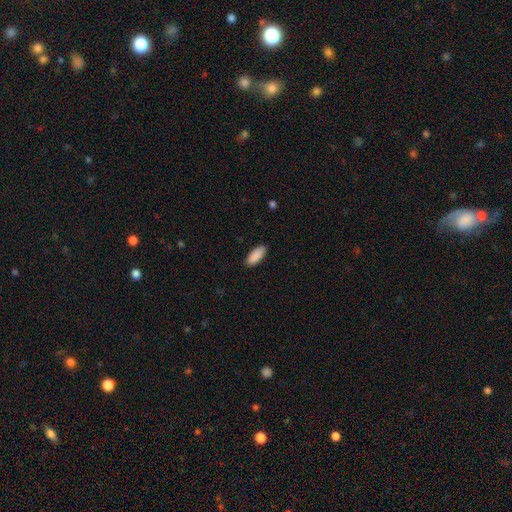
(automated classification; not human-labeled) Q: Smooth or featured?
A: smooth (91%); runner-up: star or artifact (6%)
Q: How rounded?
A: in between (83%); runner-up: cigar-shaped (16%)
Q: Merging?
A: none (88%); runner-up: minor disturbance (9%)